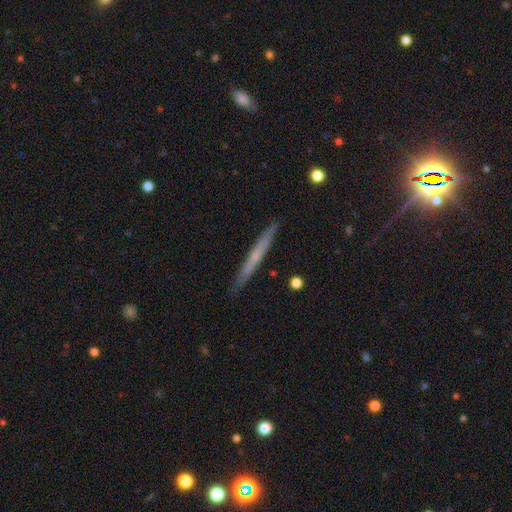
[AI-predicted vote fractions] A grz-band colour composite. It shows a featured or disk galaxy (49%). Merging: none (88%).